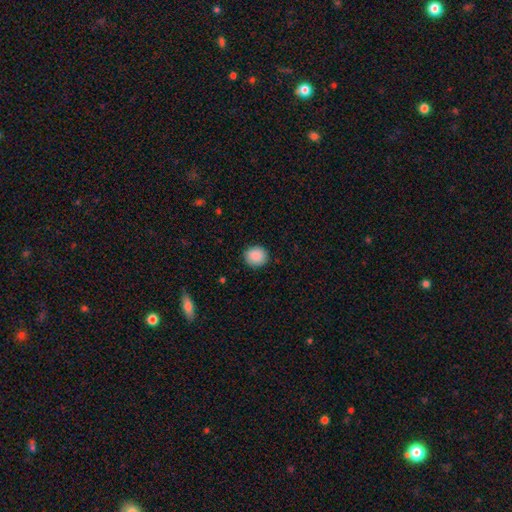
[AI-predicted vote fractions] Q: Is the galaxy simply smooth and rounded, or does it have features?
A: smooth — 90%.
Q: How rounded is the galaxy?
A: round — 85%.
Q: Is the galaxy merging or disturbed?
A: none — 89%.